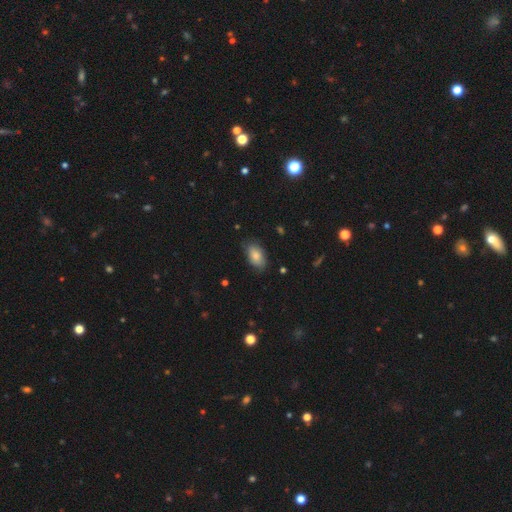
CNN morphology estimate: A smooth galaxy with no disk features (81%) that is in between round and cigar-shaped (92%). Merging: none (72%).